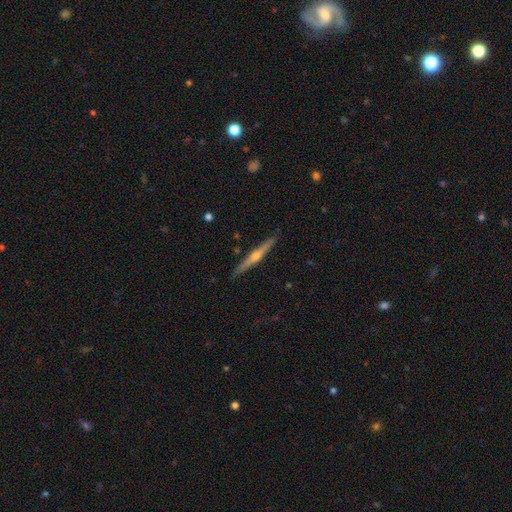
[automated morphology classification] A featured or disk galaxy (77%) viewed edge-on (98%) with a rounded central bulge (87%).

Vote fractions:
- Smooth or featured? featured or disk: 77% / smooth: 18% / star or artifact: 5%
- Edge-on disk? yes: 98% / no: 2%
- Edge-on bulge? rounded: 87% / none: 9% / boxy: 3%
- Merging? none: 91% / minor disturbance: 7% / major disturbance: 1% / merger: 1%